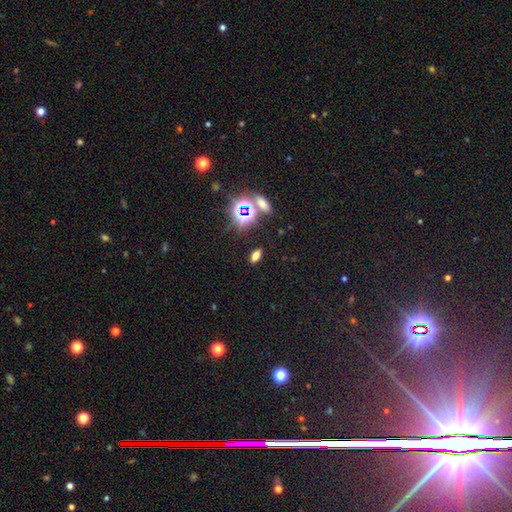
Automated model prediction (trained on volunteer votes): Morphology: type=smooth (59%); roundness=in between (78%); merging=none (87%).